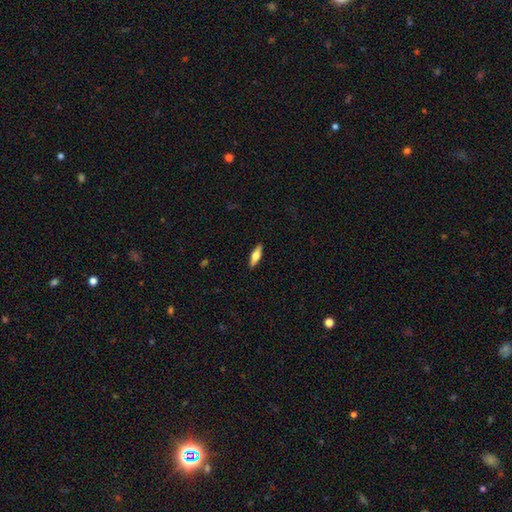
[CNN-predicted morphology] smooth_or_featured: smooth (p=0.50) [alt: featured or disk p=0.44]
how_rounded: cigar-shaped (p=0.56) [alt: in between p=0.42]
merging: none (p=0.90) [alt: minor disturbance p=0.07]